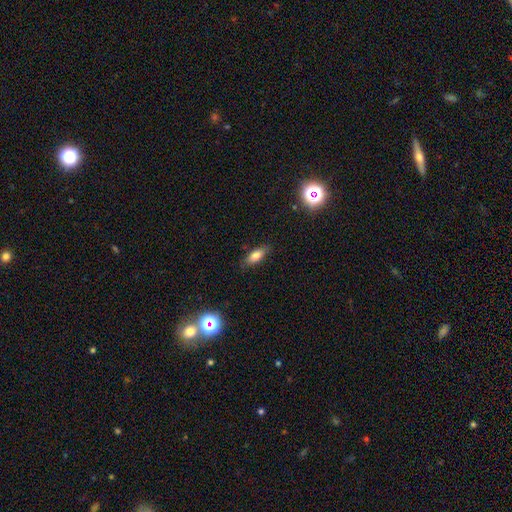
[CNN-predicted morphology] The model was most divided on "how rounded": in between: 71%, cigar-shaped: 25%, round: 3%. More confident: merging — none (83%); smooth or featured — smooth (75%).